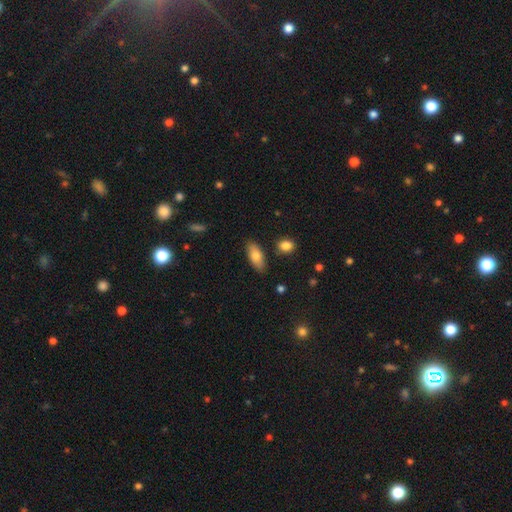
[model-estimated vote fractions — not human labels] The model was most divided on "smooth or featured": smooth: 77%, featured or disk: 16%, star or artifact: 7%. More confident: merging — none (84%); how rounded — in between (83%).